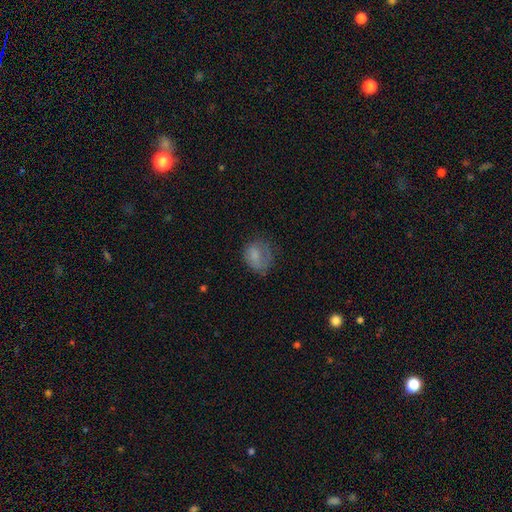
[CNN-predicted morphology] Smooth or featured?
  - smooth: 68% *
  - featured or disk: 22%
  - star or artifact: 10%
How rounded?
  - round: 55% *
  - in between: 44%
  - cigar-shaped: 1%
Merging?
  - none: 48% *
  - minor disturbance: 27%
  - major disturbance: 23%
  - merger: 2%